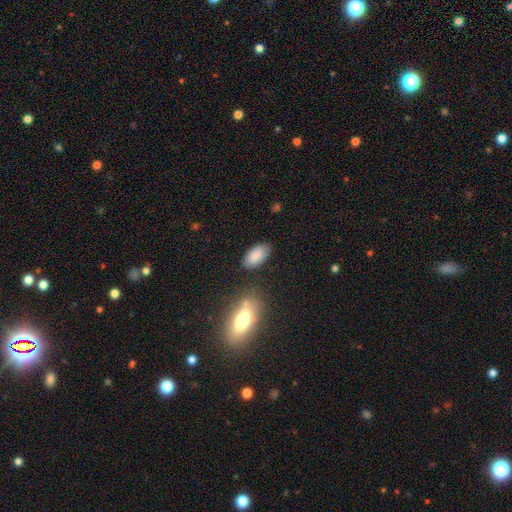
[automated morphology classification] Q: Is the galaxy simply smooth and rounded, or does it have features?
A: smooth — 85%.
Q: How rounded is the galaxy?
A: in between — 93%.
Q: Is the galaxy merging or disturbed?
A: none — 78%.